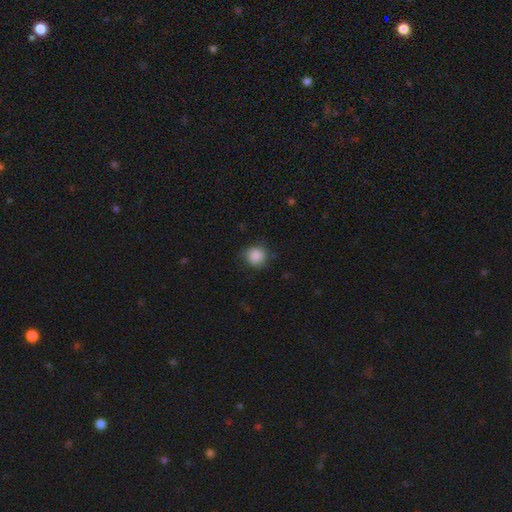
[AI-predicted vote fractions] smooth 87%, star or artifact 9%, featured or disk 4%. Down the decision tree: how rounded — round (87%); merging — none (76%).